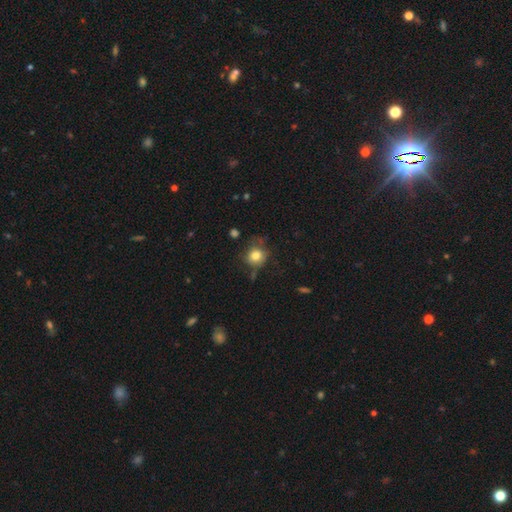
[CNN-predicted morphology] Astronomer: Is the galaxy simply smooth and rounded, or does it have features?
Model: smooth — 80%.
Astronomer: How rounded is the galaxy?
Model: round — 85%.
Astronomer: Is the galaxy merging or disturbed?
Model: none — 68%.